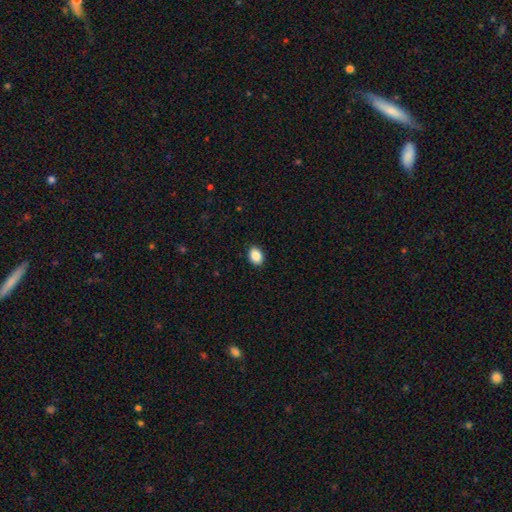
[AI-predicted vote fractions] Smooth or featured? smooth (89%)
How rounded? in between (71%)
Merging? none (90%)